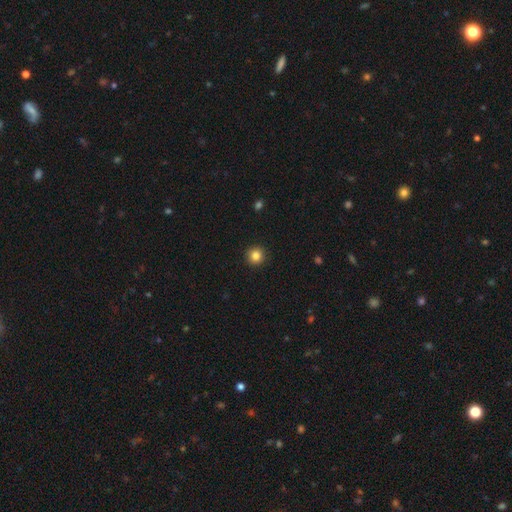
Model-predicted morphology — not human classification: Smooth or featured: smooth — 85% (star or artifact — 11%)
How rounded: round — 94% (in between — 5%)
Merging: none — 92% (minor disturbance — 5%)